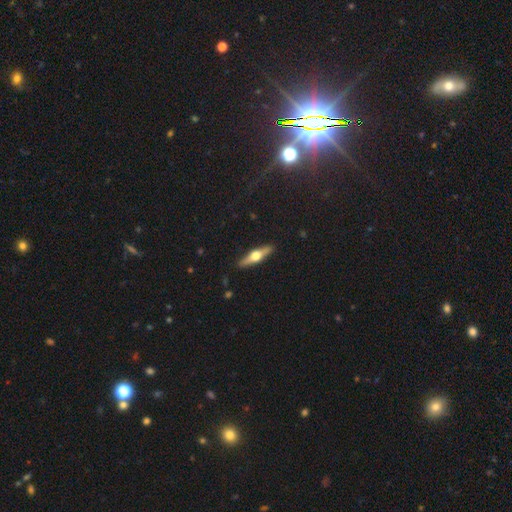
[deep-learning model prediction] smooth_or_featured: featured or disk (p=0.66) [alt: smooth p=0.29]
disk_edge_on: yes (p=0.96) [alt: no p=0.04]
edge_on_bulge: rounded (p=0.96) [alt: boxy p=0.03]
merging: none (p=0.90) [alt: minor disturbance p=0.07]